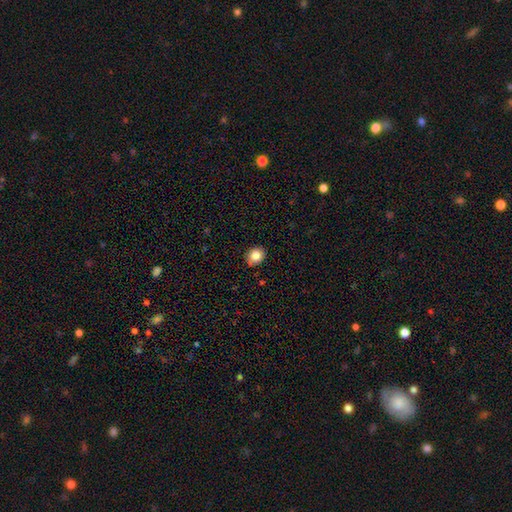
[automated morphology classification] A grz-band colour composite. It shows a smooth galaxy with no disk features (83%) that is round (74%). Merging: none (83%).